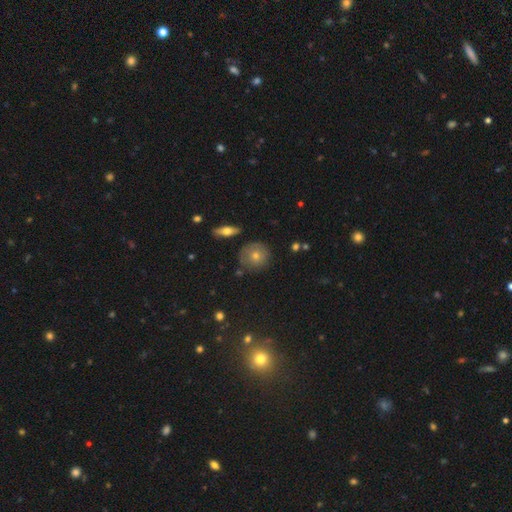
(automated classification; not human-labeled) This appears to be a smooth galaxy with no disk features (56%) that is round (91%). Merging: none (81%).